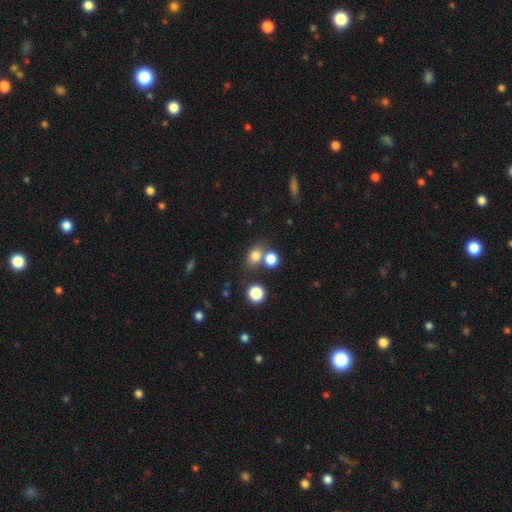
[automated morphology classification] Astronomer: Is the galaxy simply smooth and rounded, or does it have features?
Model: smooth — 77%.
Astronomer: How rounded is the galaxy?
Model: round — 52% (runner-up: in between, 46%).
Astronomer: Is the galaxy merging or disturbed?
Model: none — 56%.